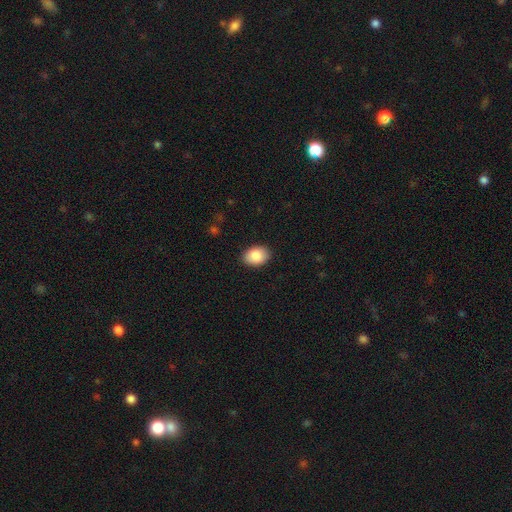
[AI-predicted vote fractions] Overall: smooth (87%). How rounded: in between (80%). Merging: none (89%).